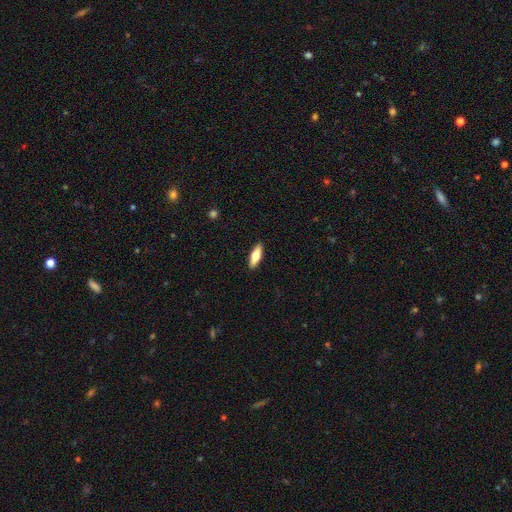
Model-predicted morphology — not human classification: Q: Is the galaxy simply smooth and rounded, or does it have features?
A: smooth — 63%.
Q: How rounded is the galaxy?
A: in between — 57%.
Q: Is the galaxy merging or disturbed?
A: none — 90%.